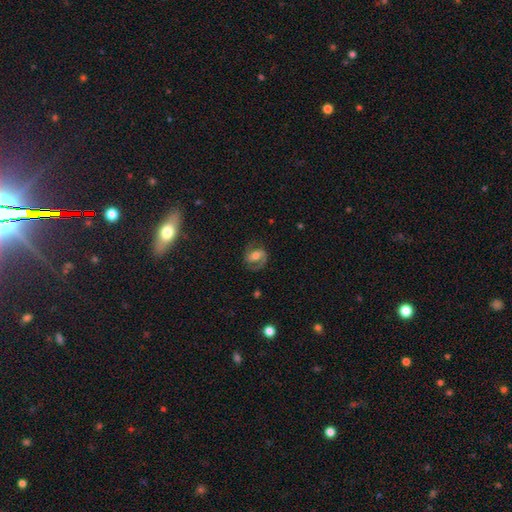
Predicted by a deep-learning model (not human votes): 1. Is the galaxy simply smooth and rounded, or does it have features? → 73% featured or disk, 19% smooth, 8% star or artifact.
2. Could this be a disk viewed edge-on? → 97% no, 3% yes.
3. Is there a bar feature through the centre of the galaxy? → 42% weak, 30% strong, 27% no.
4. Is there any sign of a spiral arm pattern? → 92% yes, 8% no.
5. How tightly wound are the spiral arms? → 53% medium, 25% tight, 22% loose.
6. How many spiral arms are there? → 84% 2, 8% 1, 5% can't tell, 1% 3, 1% 4, 1% more than 4.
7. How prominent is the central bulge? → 60% moderate, 23% small, 12% large, 3% none, 2% dominant.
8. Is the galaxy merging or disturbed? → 73% none, 16% minor disturbance, 9% major disturbance, 1% merger.